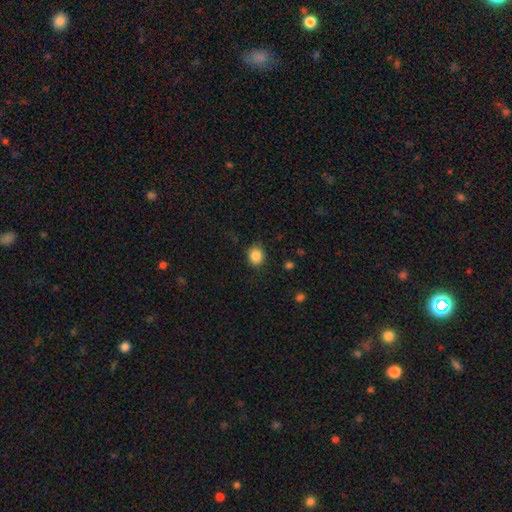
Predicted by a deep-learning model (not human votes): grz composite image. It shows a smooth galaxy with no disk features (86%) that is round (71%). Merging: none (86%).